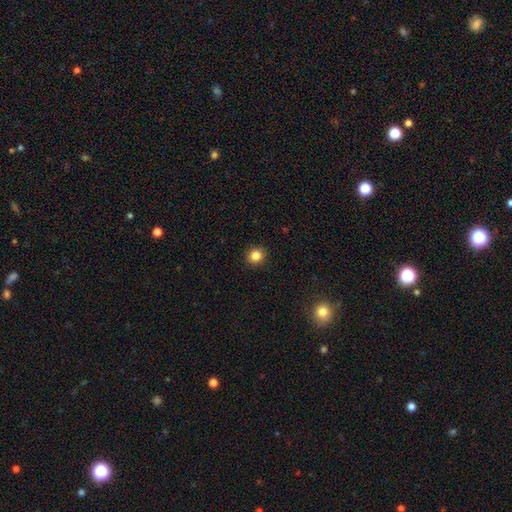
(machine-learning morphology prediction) type=smooth (84%); roundness=round (92%); merging=none (92%).